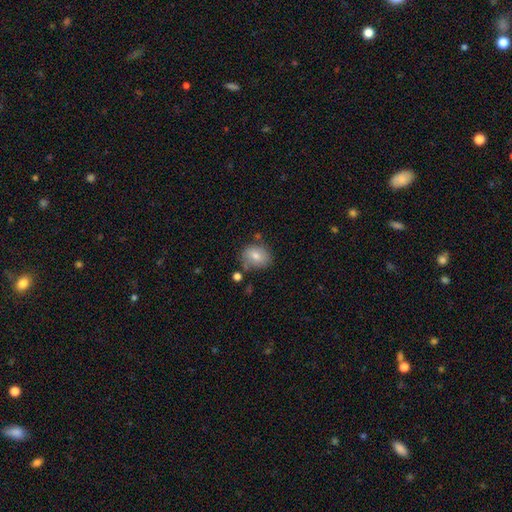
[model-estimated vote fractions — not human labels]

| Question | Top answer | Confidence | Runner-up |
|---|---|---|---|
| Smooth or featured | smooth | 76% | featured or disk (16%) |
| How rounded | in between | 52% | round (47%) |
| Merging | none | 69% | minor disturbance (18%) |